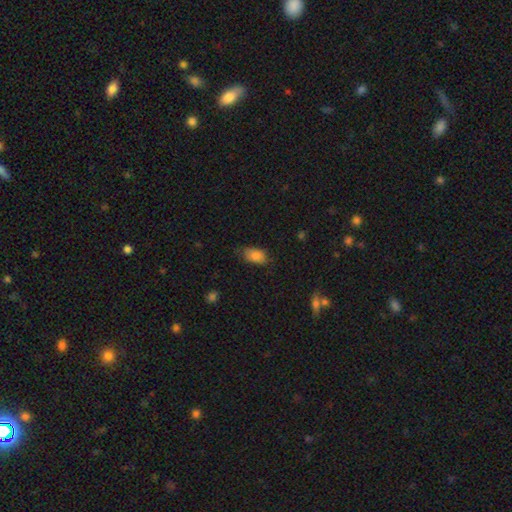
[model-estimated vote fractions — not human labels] Smooth or featured? smooth (85%)
How rounded? in between (90%)
Merging? none (69%)